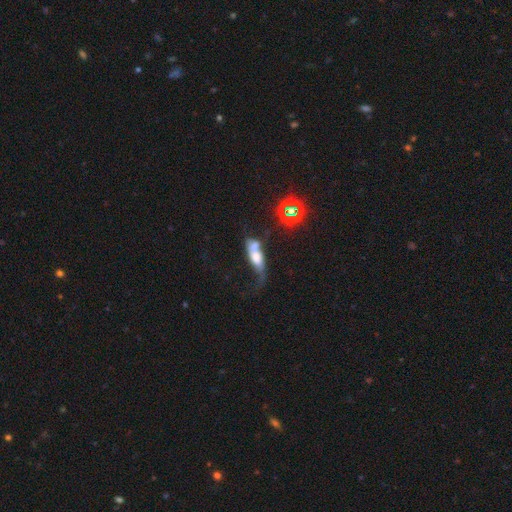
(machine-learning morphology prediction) smooth 47%, featured or disk 40%, star or artifact 13%. Down the decision tree: merging — merger (37%).